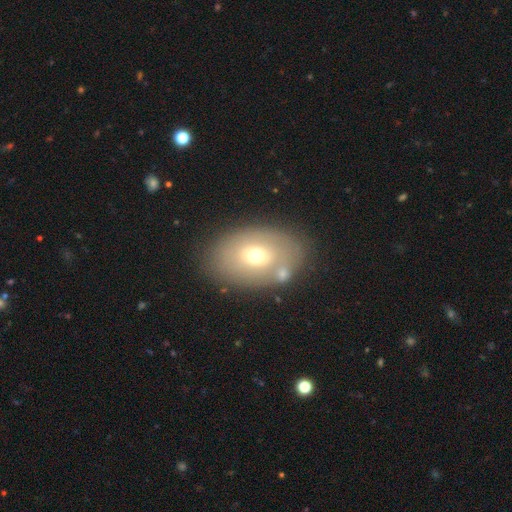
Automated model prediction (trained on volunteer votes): smooth 60%, featured or disk 31%, star or artifact 9%. Down the decision tree: how rounded — in between (84%); merging — none (72%).